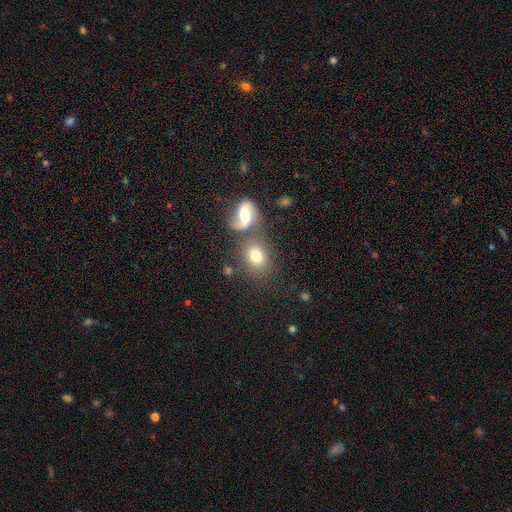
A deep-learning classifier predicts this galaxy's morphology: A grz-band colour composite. It shows a smooth galaxy with no disk features (69%) that is in between round and cigar-shaped (51%). Merging: none (52%).